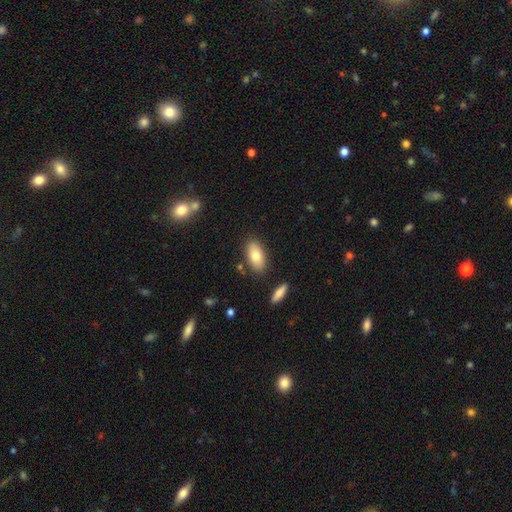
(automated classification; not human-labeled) Overall: smooth (77%). How rounded: in between (91%). Merging: none (83%).